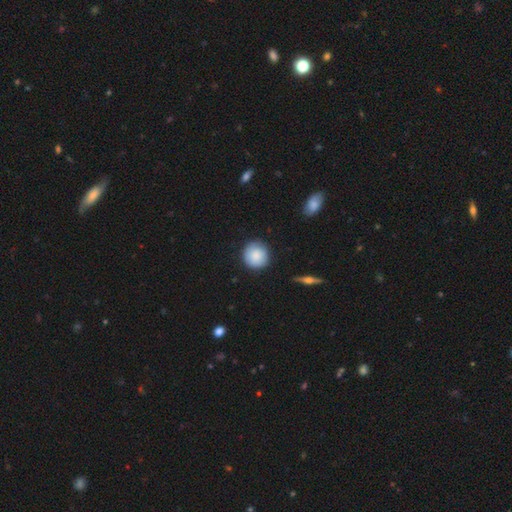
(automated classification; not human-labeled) smooth 85%, featured or disk 8%, star or artifact 7%. Down the decision tree: how rounded — round (94%); merging — none (85%).